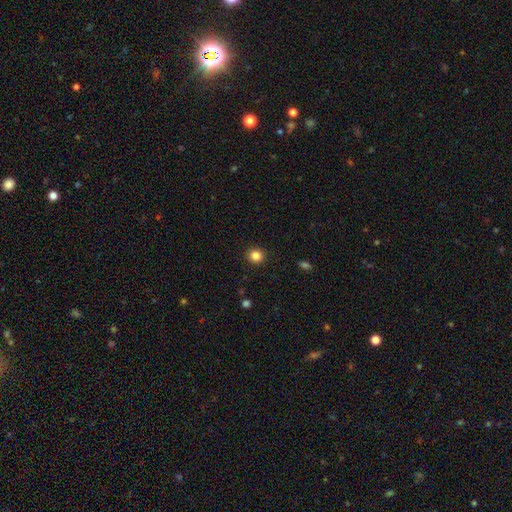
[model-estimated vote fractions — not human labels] A smooth galaxy with no disk features (84%) that is round (90%). Merging: none (92%).